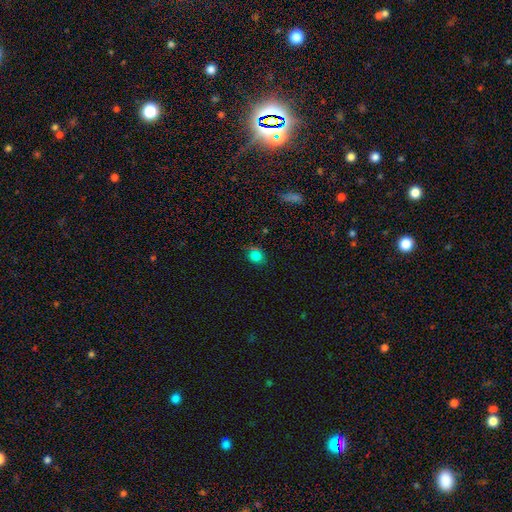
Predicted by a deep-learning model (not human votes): Smooth or featured?
  - smooth: 77% *
  - star or artifact: 18%
  - featured or disk: 5%
How rounded?
  - round: 61% *
  - in between: 37%
  - cigar-shaped: 1%
Merging?
  - none: 77% *
  - minor disturbance: 16%
  - major disturbance: 4%
  - merger: 3%